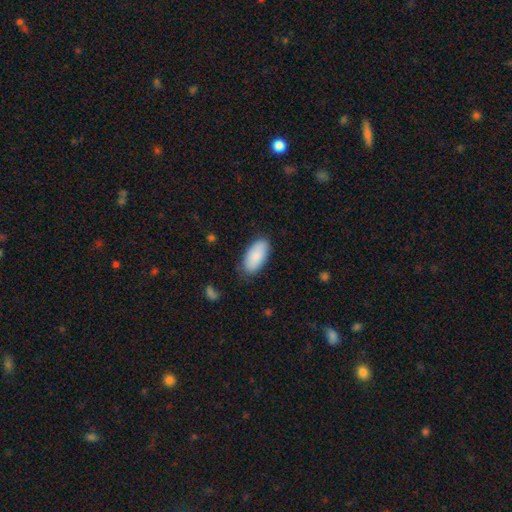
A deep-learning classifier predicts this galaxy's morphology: This is clearly a smooth galaxy (87%). How rounded: clearly in between (93%). Merging: clearly none (82%).